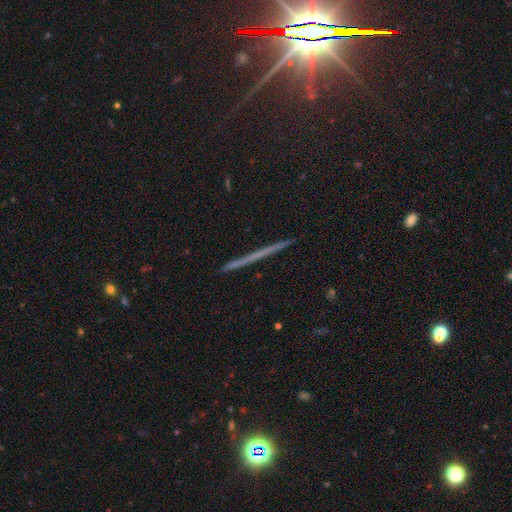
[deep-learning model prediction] A featured or disk galaxy (55%) viewed edge-on (96%) with no central bulge (84%). Merging: none (92%).